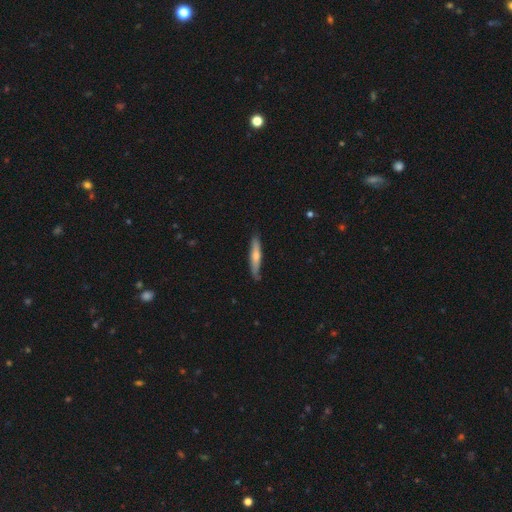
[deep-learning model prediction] This appears to be a smooth galaxy with no disk features (60%) that is cigar-shaped (89%). Merging: none (82%).